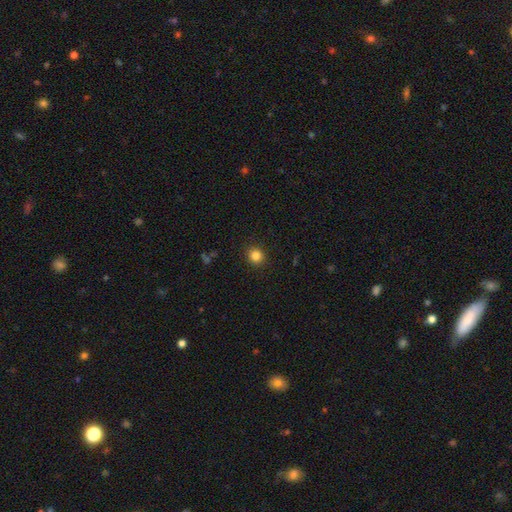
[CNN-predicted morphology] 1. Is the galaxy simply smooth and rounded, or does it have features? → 83% smooth, 12% star or artifact, 5% featured or disk.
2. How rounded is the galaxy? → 88% round, 11% in between, 1% cigar-shaped.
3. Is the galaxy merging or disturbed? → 91% none, 6% minor disturbance, 2% major disturbance, 1% merger.